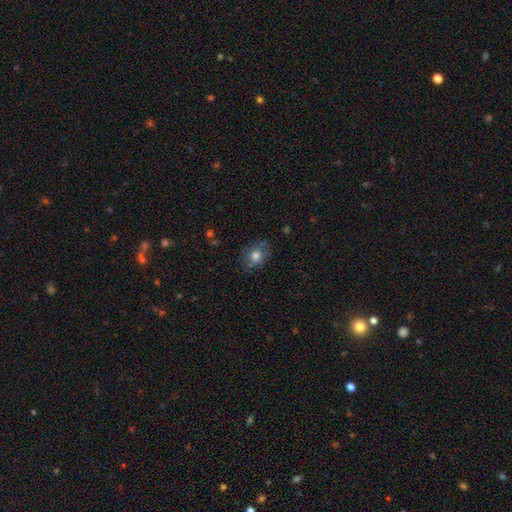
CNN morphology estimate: smooth_or_featured: smooth (p=0.69) [alt: featured or disk p=0.20]
how_rounded: round (p=0.62) [alt: in between p=0.37]
merging: none (p=0.69) [alt: minor disturbance p=0.20]